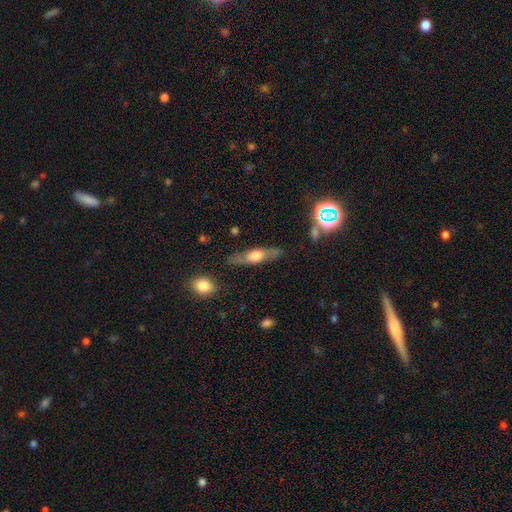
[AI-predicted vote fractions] Smooth or featured? featured or disk (51%)
Edge-on disk? yes (81%)
Merging? none (81%)